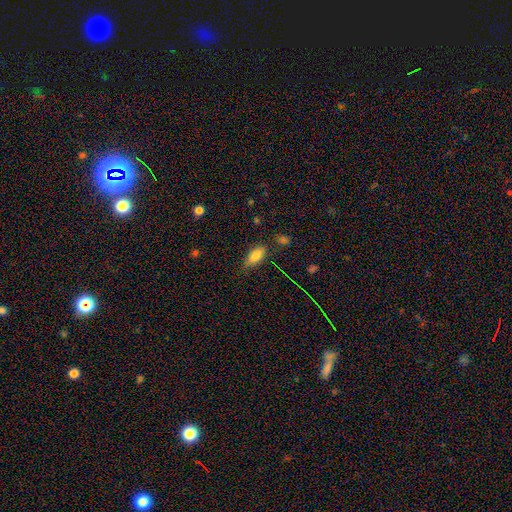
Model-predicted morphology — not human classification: Q: Smooth or featured?
A: smooth (79%); runner-up: featured or disk (12%)
Q: How rounded?
A: in between (85%); runner-up: cigar-shaped (12%)
Q: Merging?
A: none (64%); runner-up: minor disturbance (27%)